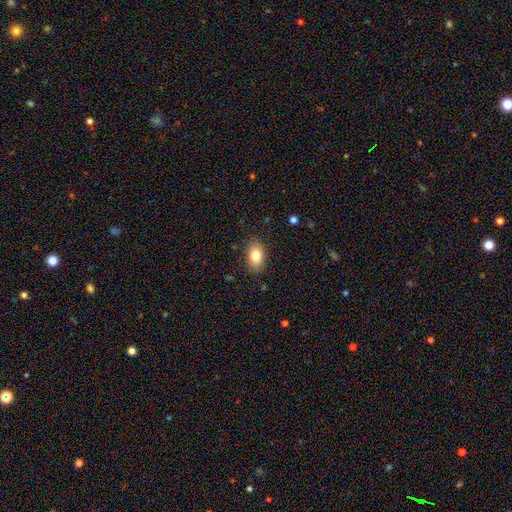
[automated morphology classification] This is clearly a smooth galaxy (82%). How rounded: clearly in between (87%). Merging: clearly none (86%).